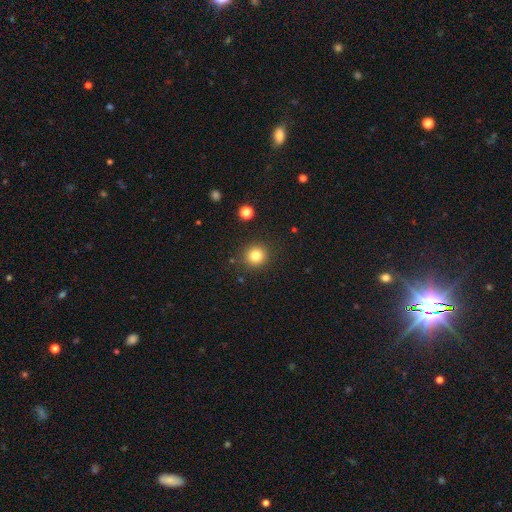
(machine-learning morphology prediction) type=smooth (82%); roundness=round (91%); merging=none (89%).